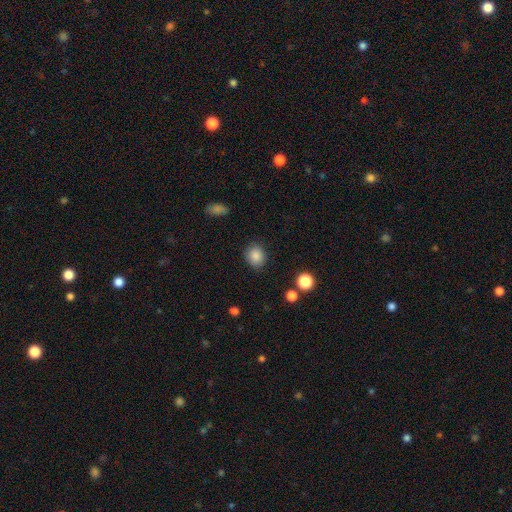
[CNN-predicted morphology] A smooth galaxy with no disk features (87%) that is round (71%).

Vote fractions:
- Smooth or featured? smooth: 87% / star or artifact: 9% / featured or disk: 4%
- How rounded? round: 71% / in between: 28% / cigar-shaped: 1%
- Merging? none: 86% / minor disturbance: 9% / major disturbance: 3% / merger: 1%